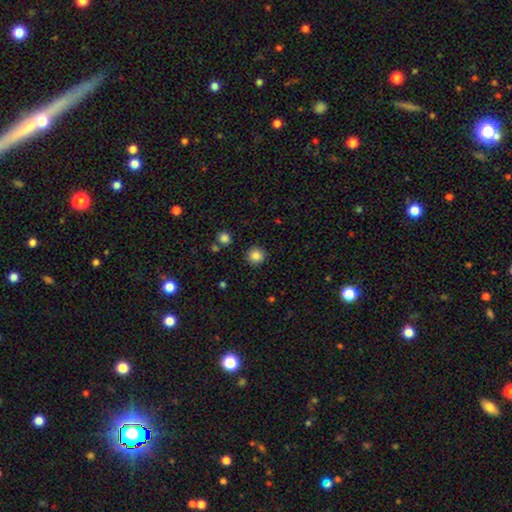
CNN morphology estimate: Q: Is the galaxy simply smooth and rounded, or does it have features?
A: smooth — 85%.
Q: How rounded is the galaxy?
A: round — 93%.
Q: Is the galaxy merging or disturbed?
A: none — 90%.